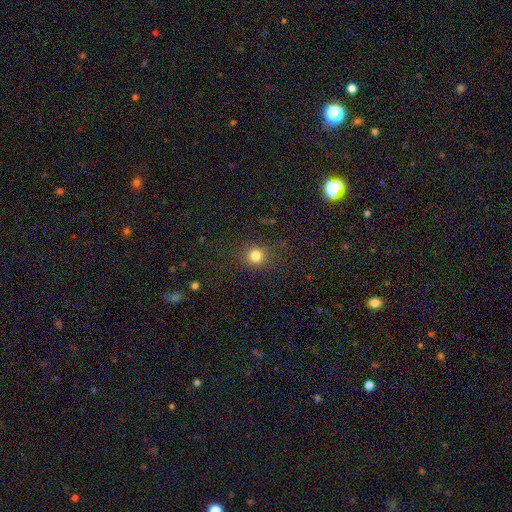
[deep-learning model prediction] This appears to be a smooth galaxy with no disk features (81%) that is round (87%). Merging: none (87%).